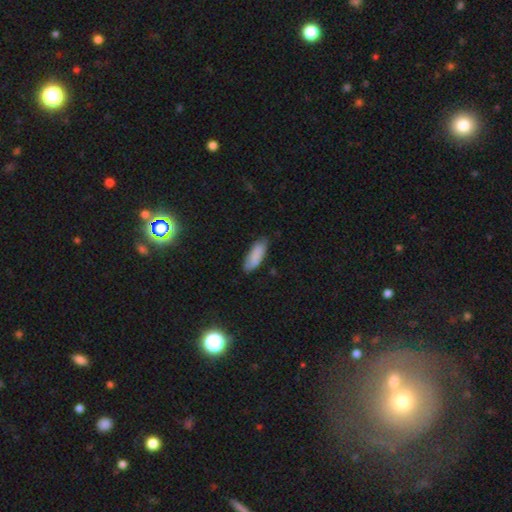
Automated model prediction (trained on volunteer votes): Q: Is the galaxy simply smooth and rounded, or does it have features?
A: smooth — 85%.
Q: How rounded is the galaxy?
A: in between — 69%.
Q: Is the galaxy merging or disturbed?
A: none — 73%.